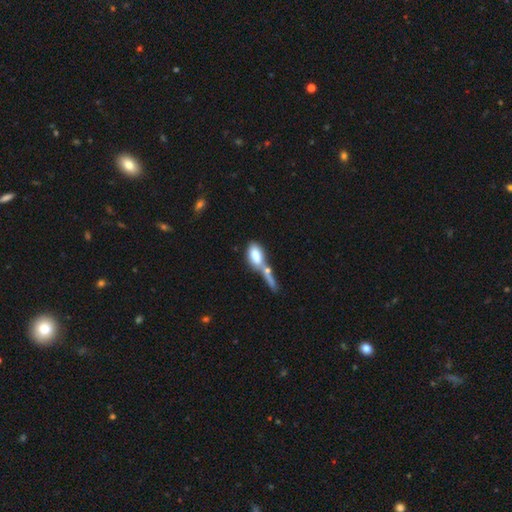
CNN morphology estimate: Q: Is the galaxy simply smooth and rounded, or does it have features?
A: smooth — 74%.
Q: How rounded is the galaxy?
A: in between — 83%.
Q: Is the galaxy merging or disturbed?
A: merger — 51%.